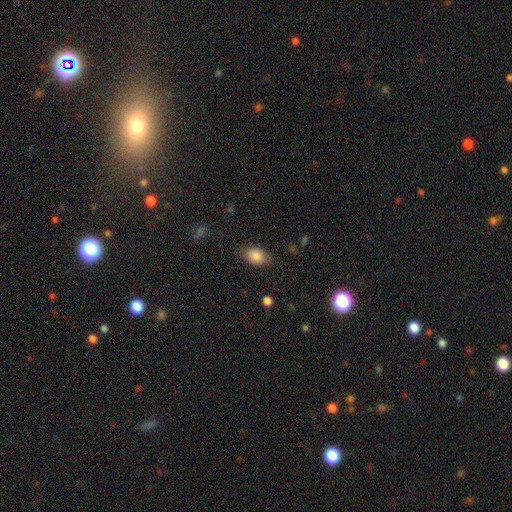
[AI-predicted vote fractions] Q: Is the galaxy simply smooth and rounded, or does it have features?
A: smooth — 85%.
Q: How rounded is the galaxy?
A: in between — 81%.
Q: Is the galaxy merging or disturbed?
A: none — 76%.